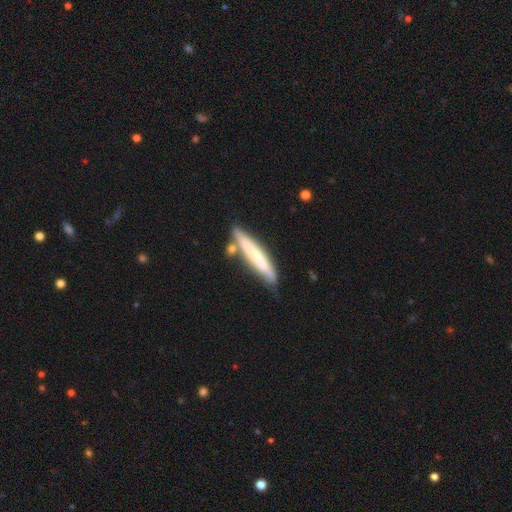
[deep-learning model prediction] A smooth galaxy with no disk features (51%) that is cigar-shaped (90%).

Vote fractions:
- Smooth or featured? smooth: 51% / featured or disk: 43% / star or artifact: 6%
- How rounded? cigar-shaped: 90% / in between: 9% / round: 1%
- Merging? none: 67% / minor disturbance: 18% / merger: 11% / major disturbance: 4%